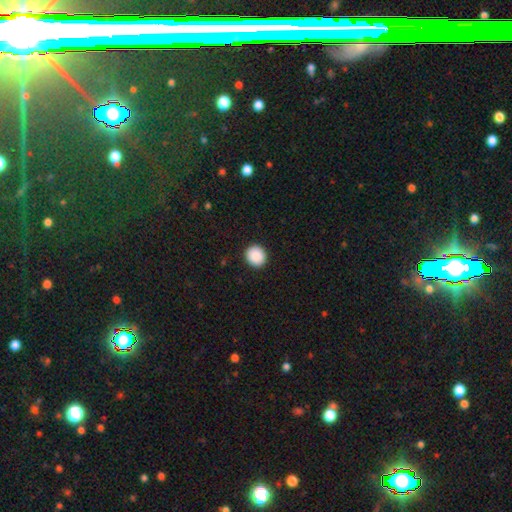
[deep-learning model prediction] Overall: smooth (90%). How rounded: round (88%). Merging: none (92%).